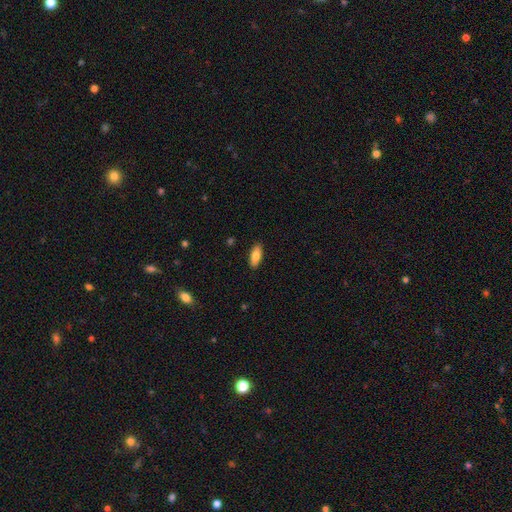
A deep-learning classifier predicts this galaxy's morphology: A smooth galaxy with no disk features (83%) that is in between round and cigar-shaped (80%).

Vote fractions:
- Smooth or featured? smooth: 83% / featured or disk: 11% / star or artifact: 6%
- How rounded? in between: 80% / cigar-shaped: 18% / round: 2%
- Merging? none: 89% / minor disturbance: 8% / major disturbance: 2% / merger: 1%